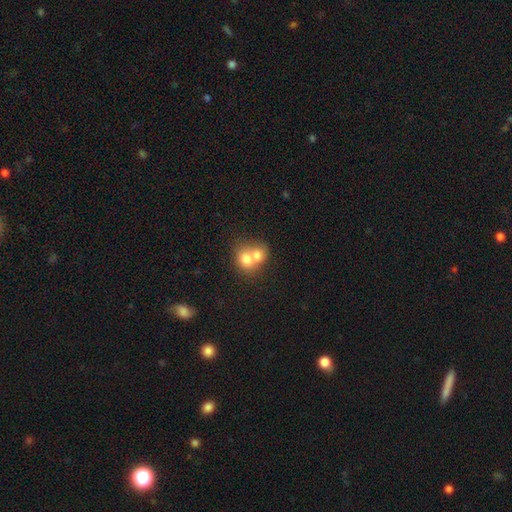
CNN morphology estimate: Q: Smooth or featured?
A: smooth (71%); runner-up: featured or disk (20%)
Q: How rounded?
A: round (61%); runner-up: in between (38%)
Q: Merging?
A: merger (72%); runner-up: none (20%)